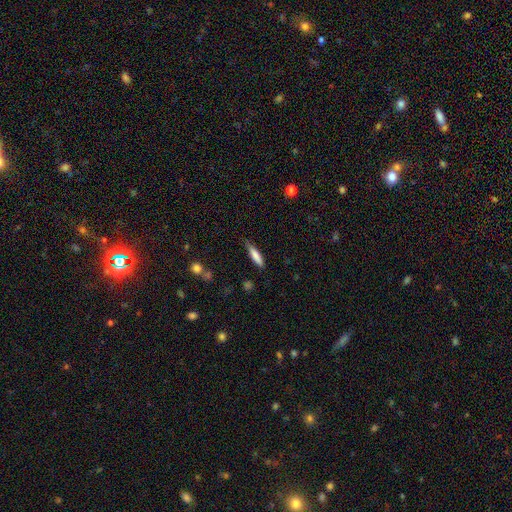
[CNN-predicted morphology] Q: Smooth or featured?
A: smooth (78%); runner-up: featured or disk (16%)
Q: How rounded?
A: cigar-shaped (76%); runner-up: in between (22%)
Q: Merging?
A: none (70%); runner-up: minor disturbance (23%)